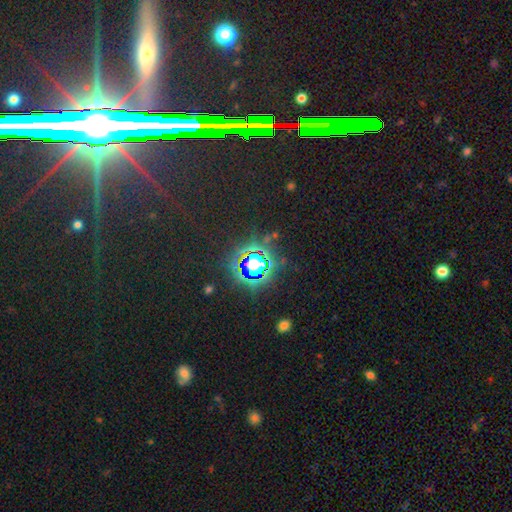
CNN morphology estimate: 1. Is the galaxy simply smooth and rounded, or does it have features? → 80% star or artifact, 11% smooth, 9% featured or disk.